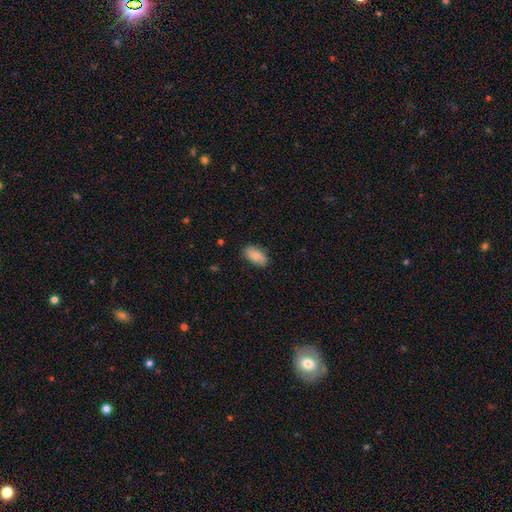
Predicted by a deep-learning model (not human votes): Smooth or featured: smooth — 80% (featured or disk — 14%)
How rounded: in between — 93% (cigar-shaped — 4%)
Merging: none — 83% (minor disturbance — 13%)